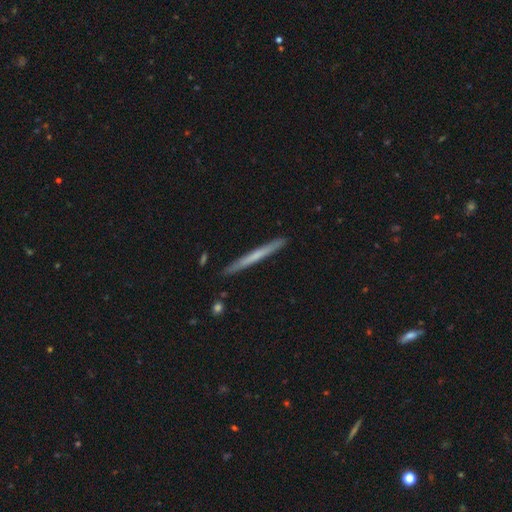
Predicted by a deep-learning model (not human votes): Smooth or featured?
  - smooth: 52% *
  - featured or disk: 43%
  - star or artifact: 5%
How rounded?
  - cigar-shaped: 97% *
  - in between: 2%
  - round: 1%
Merging?
  - none: 90% *
  - minor disturbance: 7%
  - merger: 1%
  - major disturbance: 1%